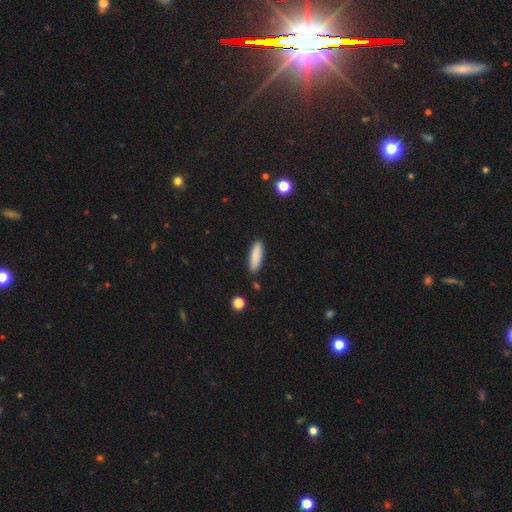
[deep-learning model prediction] smooth-or-featured: smooth: 87% | featured or disk: 7% | star or artifact: 6%
  how-rounded: cigar-shaped: 61% | in between: 38% | round: 2%
  merging: none: 86% | minor disturbance: 10% | merger: 2% | major disturbance: 2%